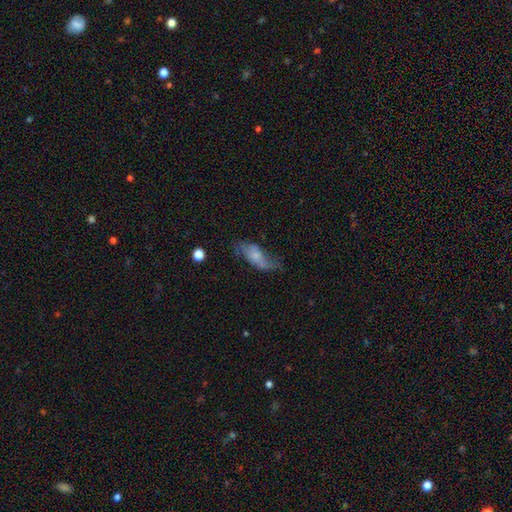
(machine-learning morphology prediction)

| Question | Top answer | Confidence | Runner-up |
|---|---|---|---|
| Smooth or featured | smooth | 54% | featured or disk (38%) |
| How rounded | in between | 77% | cigar-shaped (20%) |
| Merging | none | 45% | minor disturbance (31%) |